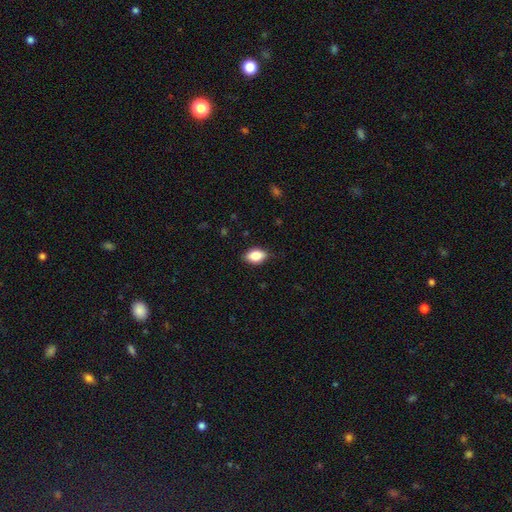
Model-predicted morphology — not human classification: Smooth or featured? Predicted: smooth (p=0.84). How rounded? Predicted: in between (p=0.89). Merging? Predicted: none (p=0.85).